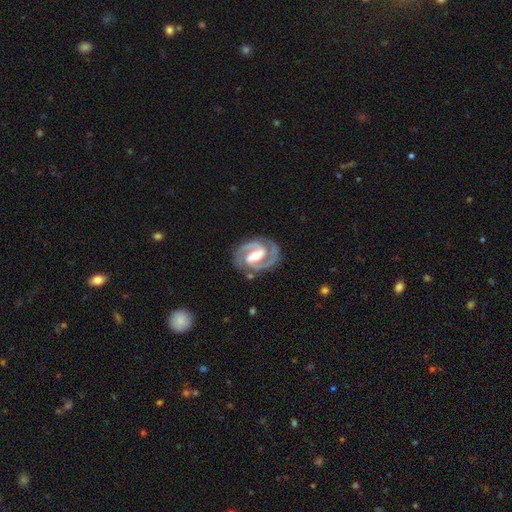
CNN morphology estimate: Smooth or featured? Predicted: featured or disk (p=0.93). Edge-on disk? Predicted: no (p=0.98). Bar? Predicted: strong (p=0.56). Spiral arms? Predicted: yes (p=0.98). Spiral winding? Predicted: medium (p=0.49). Spiral arm count? Predicted: 2 (p=0.94). Bulge size? Predicted: moderate (p=0.64). Merging? Predicted: none (p=0.83).